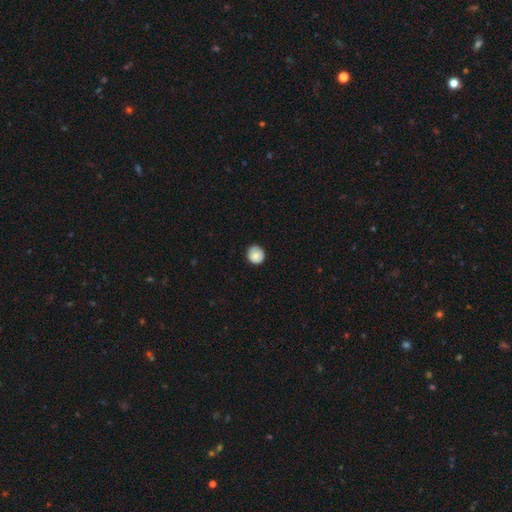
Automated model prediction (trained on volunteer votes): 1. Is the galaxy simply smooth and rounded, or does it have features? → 78% smooth, 15% featured or disk, 7% star or artifact.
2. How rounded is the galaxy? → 90% round, 9% in between, 1% cigar-shaped.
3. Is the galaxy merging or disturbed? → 85% none, 12% minor disturbance, 2% major disturbance, 1% merger.